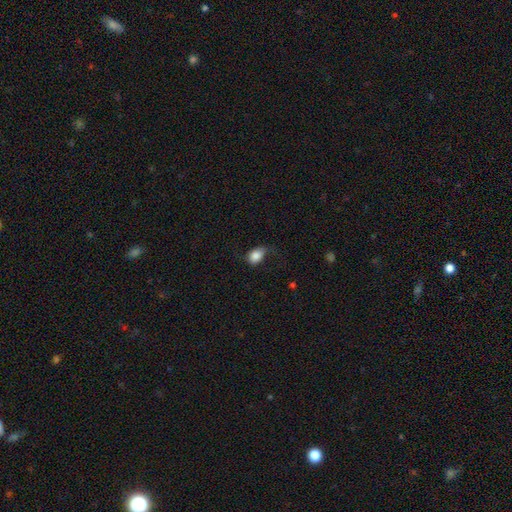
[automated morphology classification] smooth 83%, featured or disk 9%, star or artifact 8%. Down the decision tree: how rounded — in between (81%); merging — none (51%).